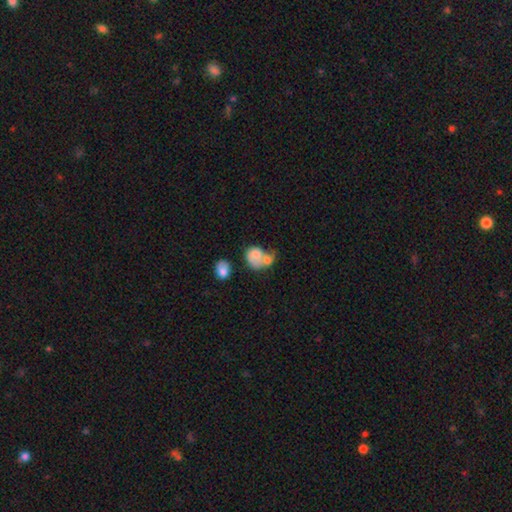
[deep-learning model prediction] smooth-or-featured: smooth: 67% | featured or disk: 25% | star or artifact: 8%
  how-rounded: round: 53% | in between: 46% | cigar-shaped: 1%
  merging: merger: 57% | none: 18% | major disturbance: 13% | minor disturbance: 12%